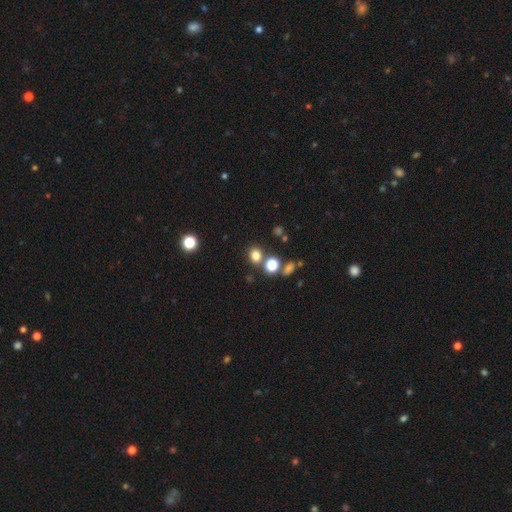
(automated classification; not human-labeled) The model was most divided on "how rounded": round: 74%, in between: 25%, cigar-shaped: 1%. More confident: smooth or featured — smooth (76%); merging — none (75%).